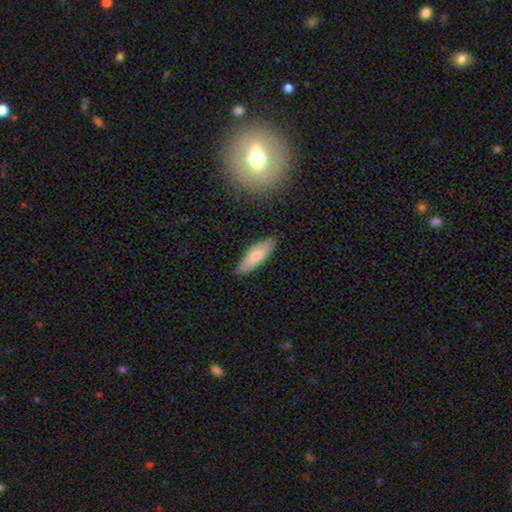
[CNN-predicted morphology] Overall: smooth (72%). How rounded: in between (57%; cigar-shaped 41%). Merging: none (86%).